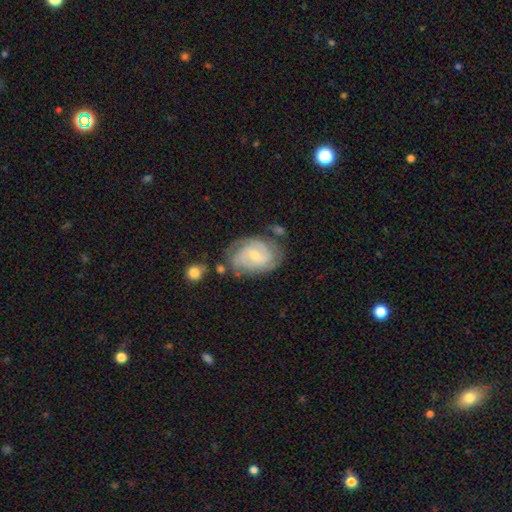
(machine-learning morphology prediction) This appears to be a featured or disk galaxy (78%) with a weak bar (47%), 2 (41%) tight (56%) spiral arms (93%) and a small central bulge (62%). Merging: none (61%).